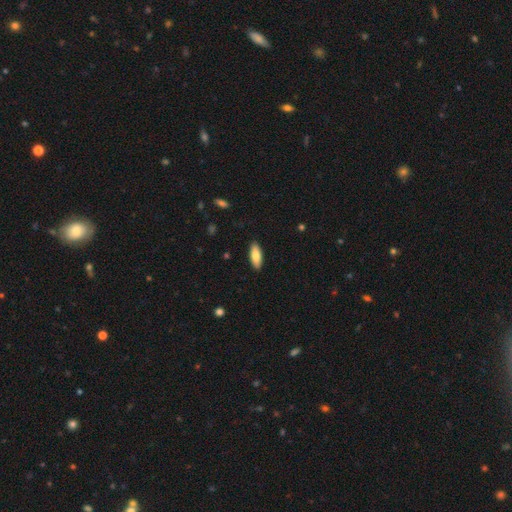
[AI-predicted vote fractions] Q: Smooth or featured?
A: smooth (82%); runner-up: featured or disk (12%)
Q: How rounded?
A: in between (71%); runner-up: cigar-shaped (27%)
Q: Merging?
A: none (90%); runner-up: minor disturbance (7%)